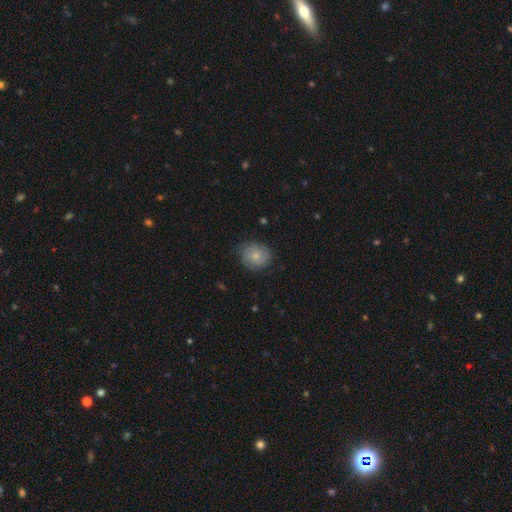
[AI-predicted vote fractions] Morphology: type=smooth (78%); roundness=round (80%); merging=none (74%).